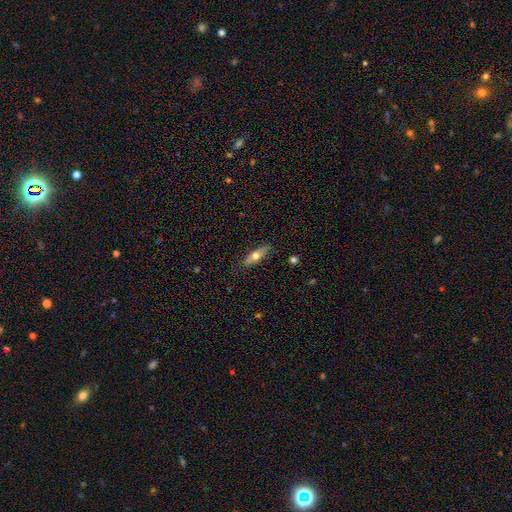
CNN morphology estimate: Overall: smooth (53%; featured or disk 41%). How rounded: cigar-shaped (51%; in between 46%). Merging: none (85%).